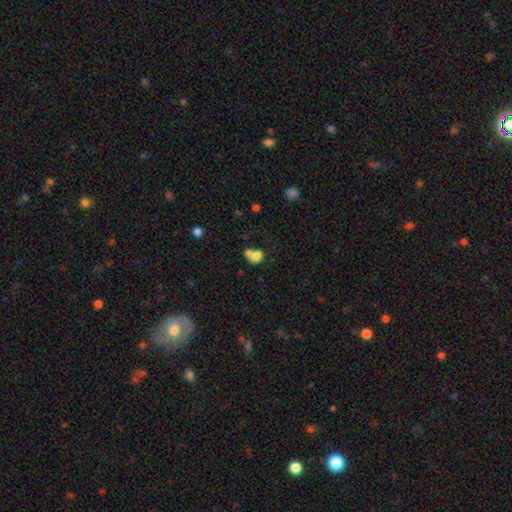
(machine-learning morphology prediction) Smooth or featured? smooth (74%)
How rounded? in between (53%)
Merging? merger (58%)